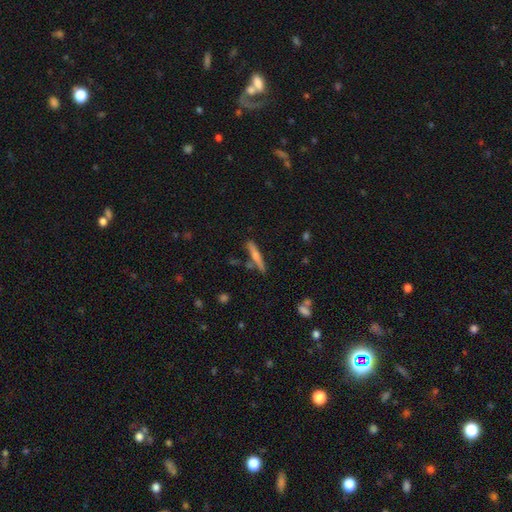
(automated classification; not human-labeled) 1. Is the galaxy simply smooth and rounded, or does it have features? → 55% smooth, 38% featured or disk, 7% star or artifact.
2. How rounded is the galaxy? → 92% cigar-shaped, 6% in between, 2% round.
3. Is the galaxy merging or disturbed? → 78% none, 12% minor disturbance, 7% merger, 3% major disturbance.